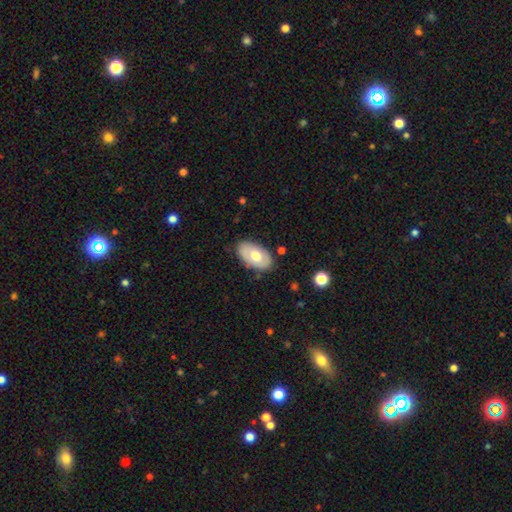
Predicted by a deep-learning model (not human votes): This is likely a smooth galaxy (61%). How rounded: clearly in between (92%). Merging: clearly none (81%).